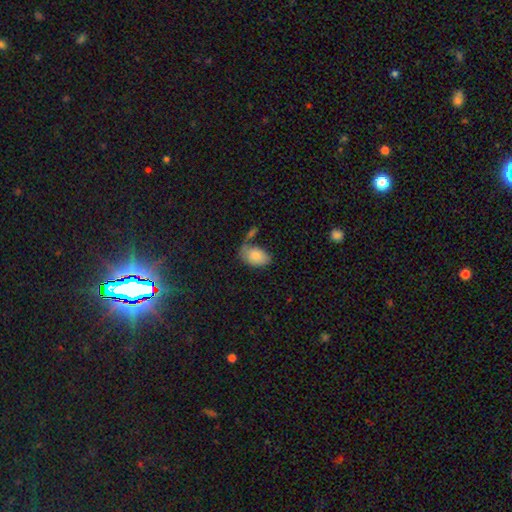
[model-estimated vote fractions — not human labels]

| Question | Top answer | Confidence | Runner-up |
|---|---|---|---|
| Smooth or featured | smooth | 82% | featured or disk (11%) |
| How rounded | in between | 92% | round (7%) |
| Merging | none | 49% | minor disturbance (23%) |